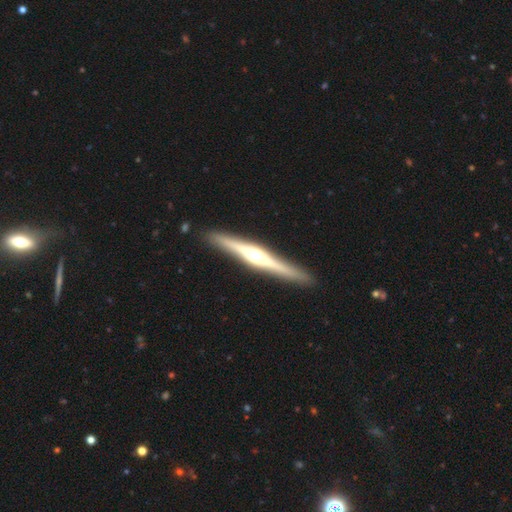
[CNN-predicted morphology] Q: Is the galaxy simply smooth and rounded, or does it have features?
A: featured or disk — 77%.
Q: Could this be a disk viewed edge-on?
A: yes — 98%.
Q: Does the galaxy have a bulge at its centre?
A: rounded — 92%.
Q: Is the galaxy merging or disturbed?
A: none — 90%.